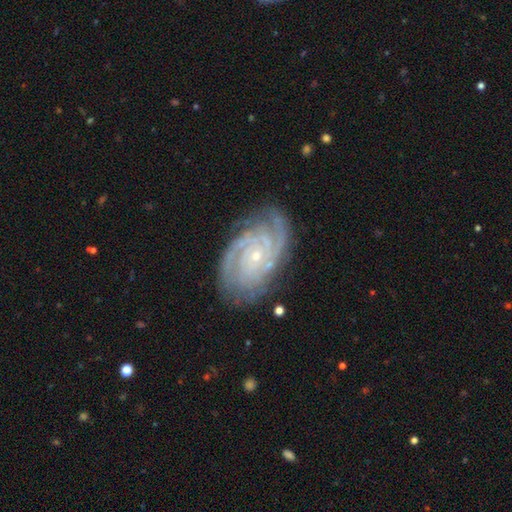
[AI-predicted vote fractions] Morphology: type=featured or disk (90%); edge-on=no (97%); bar=no (74%); spiral arms=yes (98%); winding=tight (74%); arm count=3 (30%); bulge=small (82%); merging=none (77%).